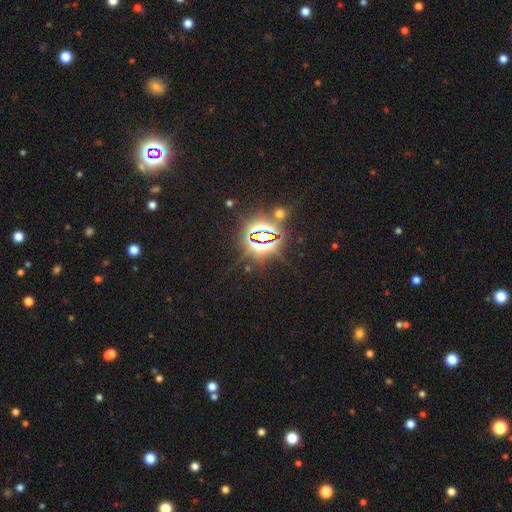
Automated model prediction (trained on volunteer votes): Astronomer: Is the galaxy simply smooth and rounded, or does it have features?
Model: star or artifact — 83%.